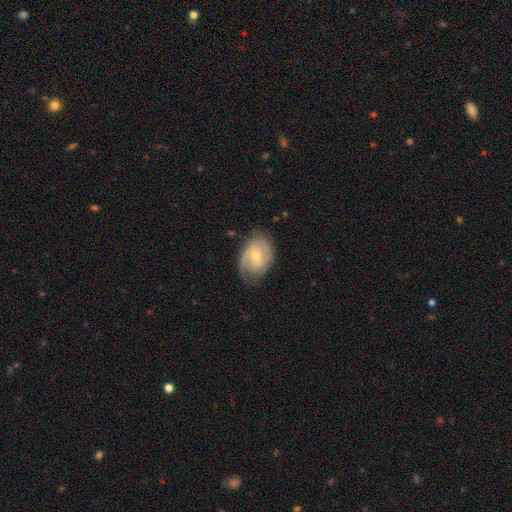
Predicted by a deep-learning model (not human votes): Overall: featured or disk (66%; smooth 27%). Edge-on disk: no (95%). Bar: no (47%; weak 43%). Spiral arms: yes (80%). Spiral arm count: 2 (51%; can't tell 26%). Spiral winding: tight (47%; medium 36%). Bulge size: moderate (60%; small 36%). Merging: none (64%; minor disturbance 26%).